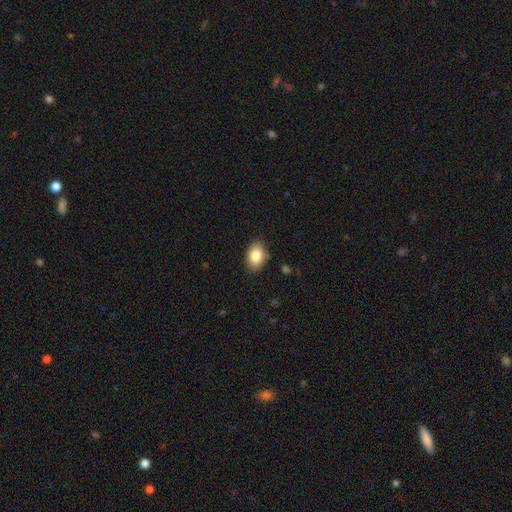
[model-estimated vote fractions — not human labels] smooth-or-featured: smooth: 84% | featured or disk: 9% | star or artifact: 8%
  how-rounded: in between: 85% | round: 14% | cigar-shaped: 1%
  merging: none: 85% | minor disturbance: 11% | major disturbance: 2% | merger: 2%